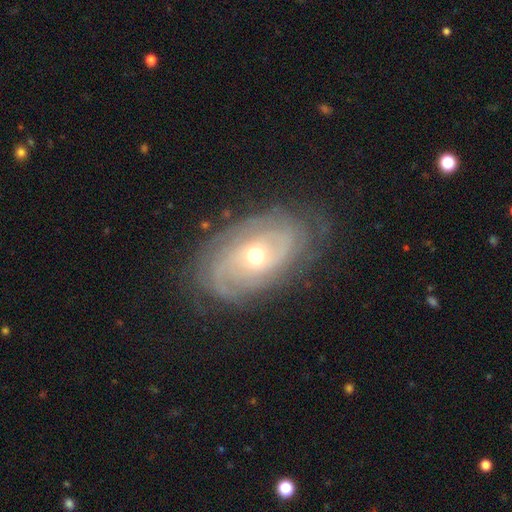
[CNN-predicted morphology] featured or disk 81%, smooth 13%, star or artifact 6%. Down the decision tree: edge-on disk — no (94%); bar — no (73%); spiral arms — yes (88%); spiral arm count — can't tell (44%); spiral winding — tight (71%); bulge size — moderate (67%); merging — none (75%).